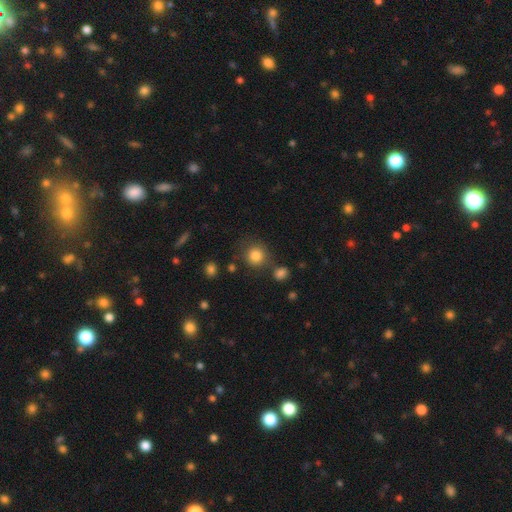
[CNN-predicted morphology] Smooth or featured?
  - smooth: 82% *
  - star or artifact: 11%
  - featured or disk: 7%
How rounded?
  - round: 89% *
  - in between: 10%
  - cigar-shaped: 1%
Merging?
  - none: 75% *
  - minor disturbance: 12%
  - merger: 9%
  - major disturbance: 5%